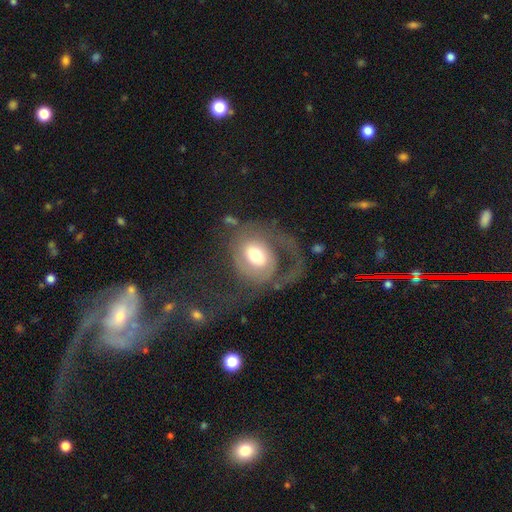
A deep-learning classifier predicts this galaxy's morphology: smooth_or_featured: featured or disk (p=0.70) [alt: smooth p=0.24]
disk_edge_on: no (p=0.97) [alt: yes p=0.03]
bar: no (p=0.53) [alt: weak p=0.34]
has_spiral_arms: yes (p=0.81) [alt: no p=0.19]
spiral_winding: medium (p=0.39) [alt: loose p=0.31]
spiral_arm_count: 2 (p=0.40) [alt: 1 p=0.38]
bulge_size: moderate (p=0.62) [alt: large p=0.20]
merging: major disturbance (p=0.46) [alt: none p=0.37]